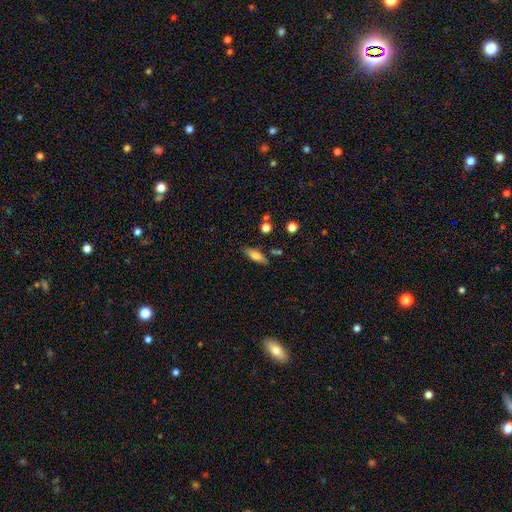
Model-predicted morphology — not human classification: This is likely a smooth galaxy (68%). How rounded: likely in between (62%). Merging: clearly none (80%).